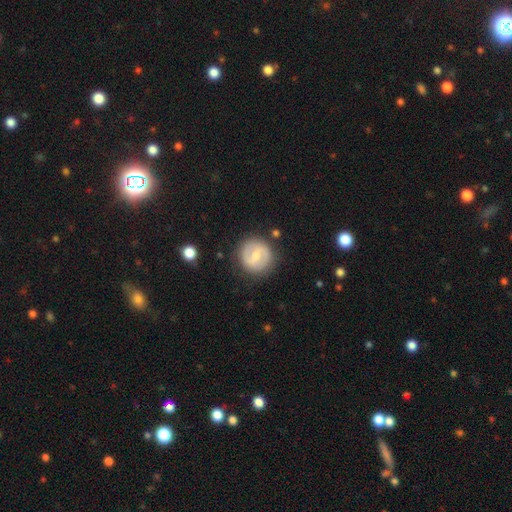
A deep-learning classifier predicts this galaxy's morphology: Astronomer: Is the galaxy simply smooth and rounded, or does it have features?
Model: featured or disk — 58% (runner-up: smooth, 36%).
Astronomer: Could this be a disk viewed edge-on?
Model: no — 97%.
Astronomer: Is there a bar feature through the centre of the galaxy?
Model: weak — 55%.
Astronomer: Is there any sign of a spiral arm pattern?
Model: yes — 72%.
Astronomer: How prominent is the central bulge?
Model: small — 45%, tied with moderate at 45%.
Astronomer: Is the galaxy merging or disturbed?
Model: none — 83%.